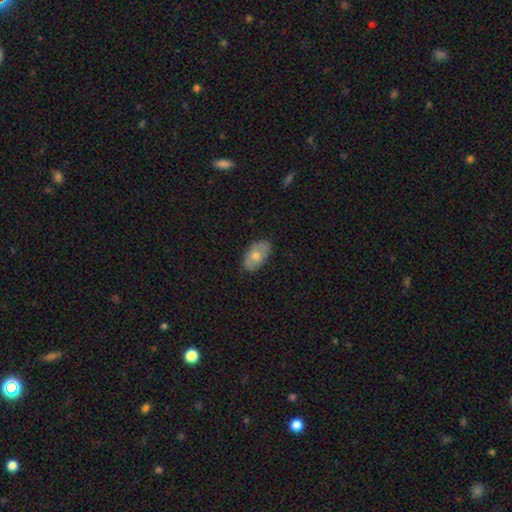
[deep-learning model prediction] smooth_or_featured: smooth (p=0.62) [alt: featured or disk p=0.31]
how_rounded: in between (p=0.92) [alt: round p=0.05]
merging: none (p=0.85) [alt: minor disturbance p=0.12]